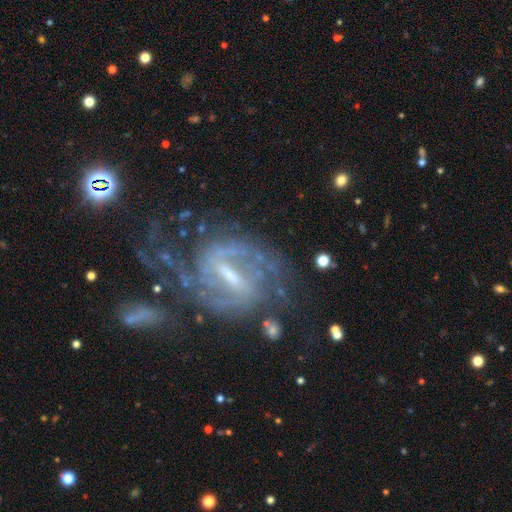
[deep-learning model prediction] Overall: featured or disk (85%). Edge-on disk: no (96%). Bar: strong (55%; weak 37%). Spiral arms: yes (94%). Spiral arm count: 2 (63%). Spiral winding: medium (45%; tight 38%). Bulge size: small (60%; moderate 28%). Merging: none (58%).